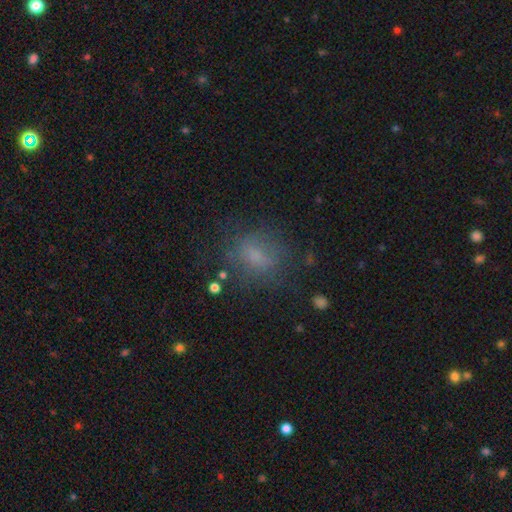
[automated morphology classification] Smooth or featured: smooth — 67% (featured or disk — 17%)
How rounded: in between — 53% (round — 44%)
Merging: none — 69% (minor disturbance — 18%)